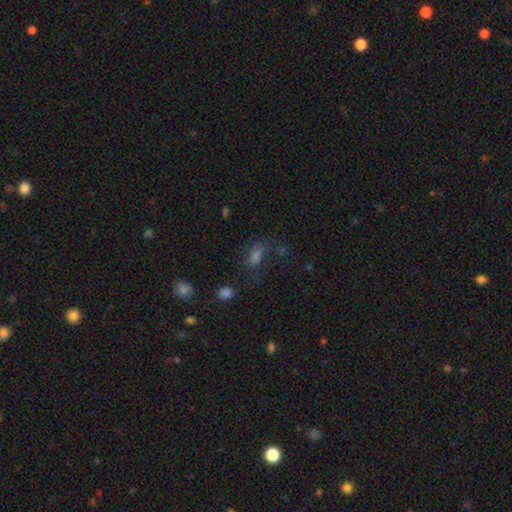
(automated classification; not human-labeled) The model was most divided on "smooth or featured": smooth: 58%, star or artifact: 27%, featured or disk: 15%. More confident: how rounded — in between (76%); merging — none (62%).